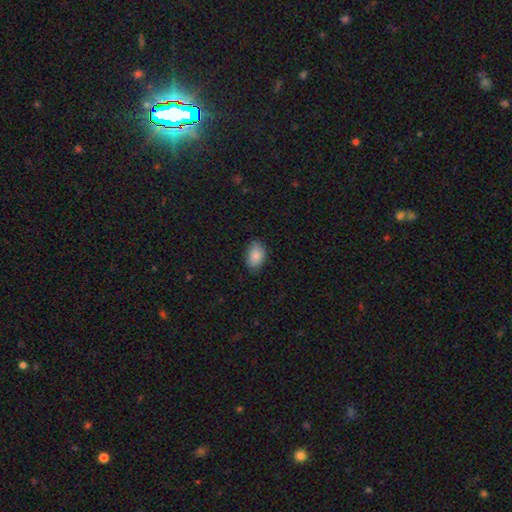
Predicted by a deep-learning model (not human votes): Overall: smooth (88%). How rounded: in between (88%). Merging: none (83%).